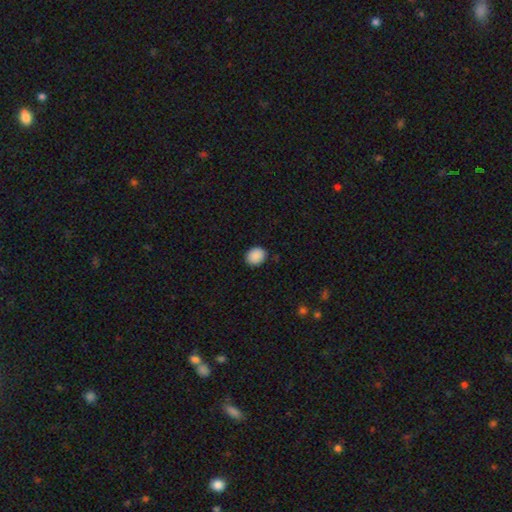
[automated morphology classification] Smooth or featured?
  - smooth: 89% *
  - star or artifact: 8%
  - featured or disk: 2%
How rounded?
  - round: 56% *
  - in between: 43%
  - cigar-shaped: 1%
Merging?
  - none: 89% *
  - minor disturbance: 8%
  - major disturbance: 2%
  - merger: 1%